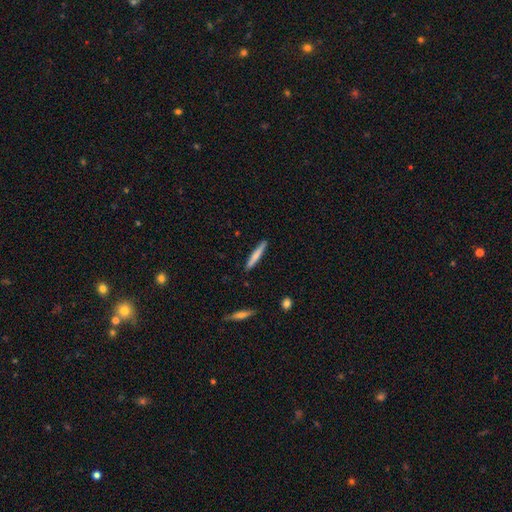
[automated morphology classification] Smooth or featured?
  - smooth: 68% *
  - featured or disk: 26%
  - star or artifact: 5%
How rounded?
  - cigar-shaped: 94% *
  - in between: 4%
  - round: 1%
Merging?
  - none: 90% *
  - minor disturbance: 7%
  - major disturbance: 1%
  - merger: 1%